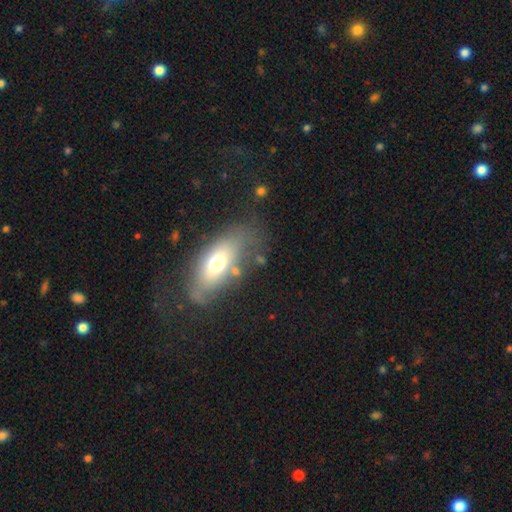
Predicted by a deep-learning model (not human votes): Q: Smooth or featured?
A: smooth (54%); runner-up: featured or disk (36%)
Q: How rounded?
A: in between (82%); runner-up: cigar-shaped (13%)
Q: Merging?
A: none (48%); runner-up: minor disturbance (26%)